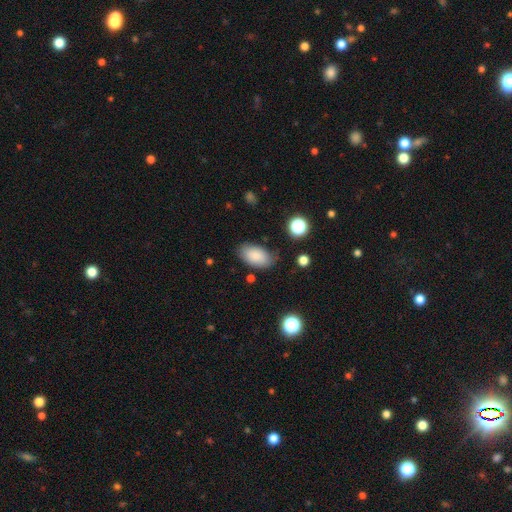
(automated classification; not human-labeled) smooth_or_featured: smooth (p=0.85) [alt: star or artifact p=0.08]
how_rounded: in between (p=0.93) [alt: round p=0.05]
merging: none (p=0.77) [alt: minor disturbance p=0.17]